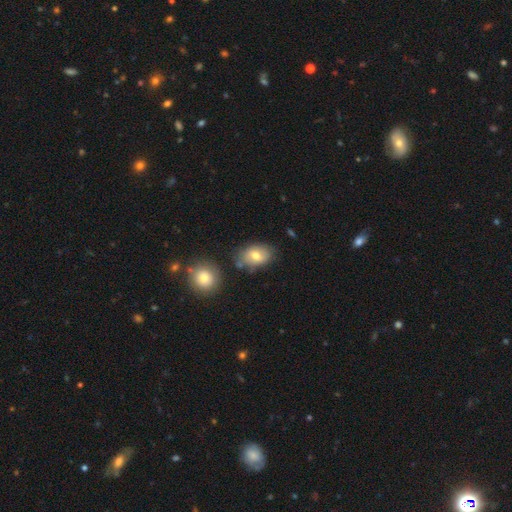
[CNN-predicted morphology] The model was most divided on "smooth or featured": smooth: 70%, featured or disk: 22%, star or artifact: 8%. More confident: how rounded — in between (76%); merging — none (70%).